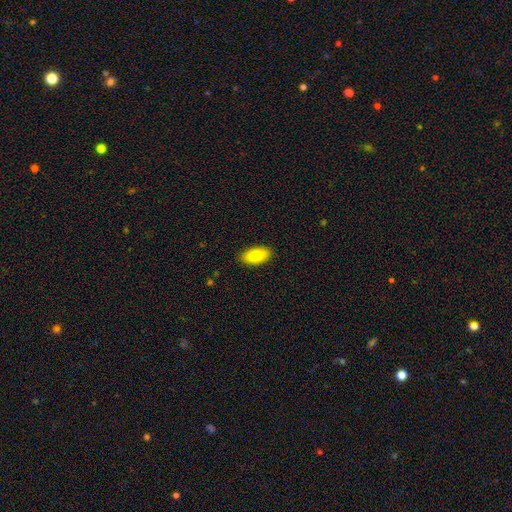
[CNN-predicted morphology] smooth-or-featured: smooth: 89% | star or artifact: 6% | featured or disk: 5%
  how-rounded: in between: 93% | cigar-shaped: 5% | round: 2%
  merging: none: 88% | minor disturbance: 9% | major disturbance: 2% | merger: 1%